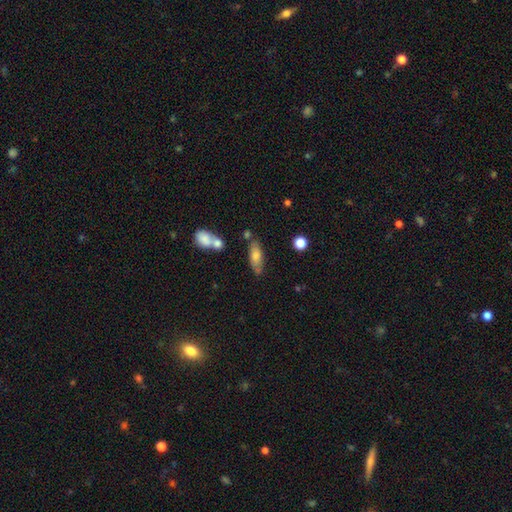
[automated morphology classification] This is likely a smooth galaxy (70%). How rounded: likely in between (68%). Merging: likely none (63%).